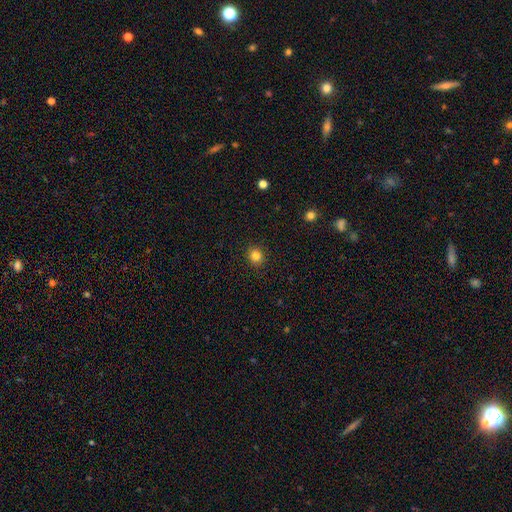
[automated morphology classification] smooth 84%, star or artifact 12%, featured or disk 5%. Down the decision tree: how rounded — round (82%); merging — none (91%).